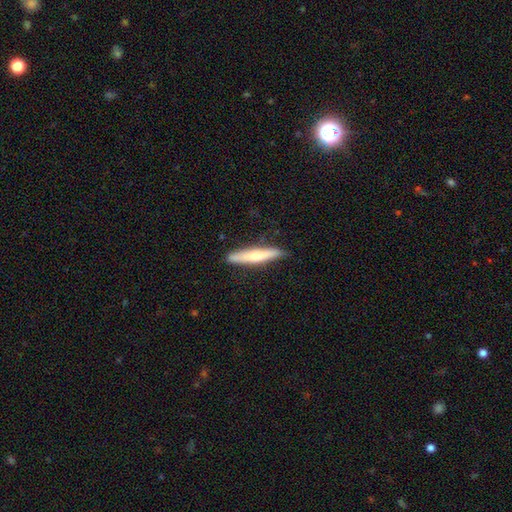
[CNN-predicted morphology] Smooth or featured: smooth — 59% (featured or disk — 35%)
How rounded: cigar-shaped — 92% (in between — 7%)
Merging: none — 86% (minor disturbance — 11%)